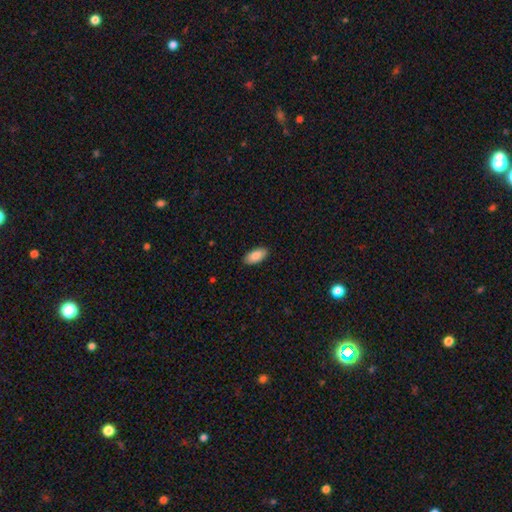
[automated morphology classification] This appears to be a smooth galaxy with no disk features (89%) that is in between round and cigar-shaped (91%). Merging: none (89%).